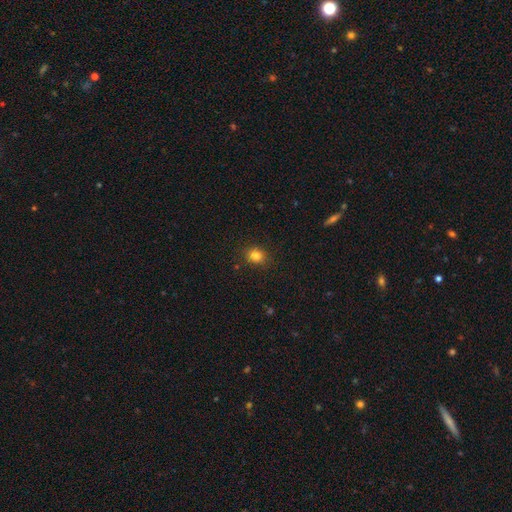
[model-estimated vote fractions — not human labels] This appears to be a smooth galaxy with no disk features (82%) that is round (68%). Merging: none (87%).